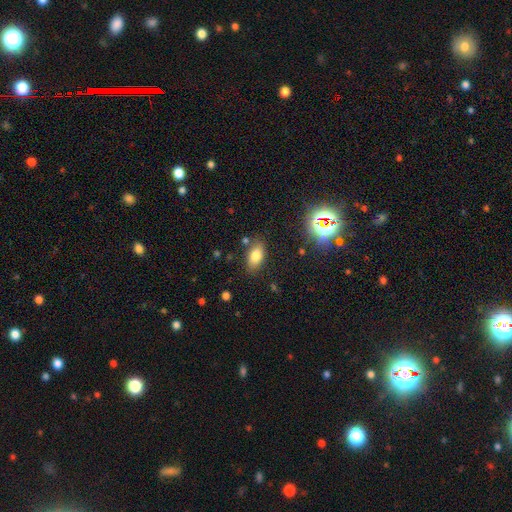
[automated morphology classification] This is likely a smooth galaxy (77%). How rounded: clearly in between (89%). Merging: clearly none (81%).